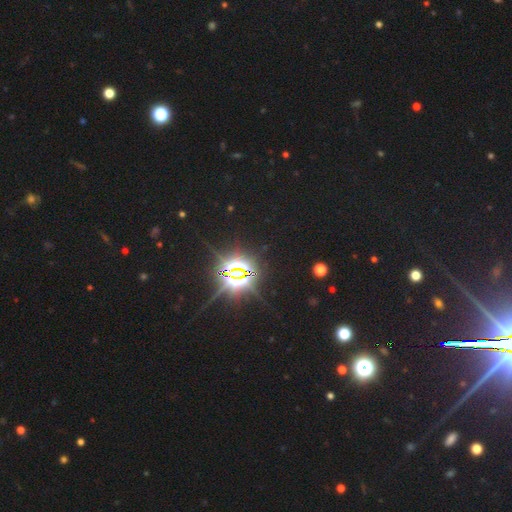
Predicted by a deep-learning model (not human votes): Smooth or featured? Predicted: star or artifact (p=0.83).